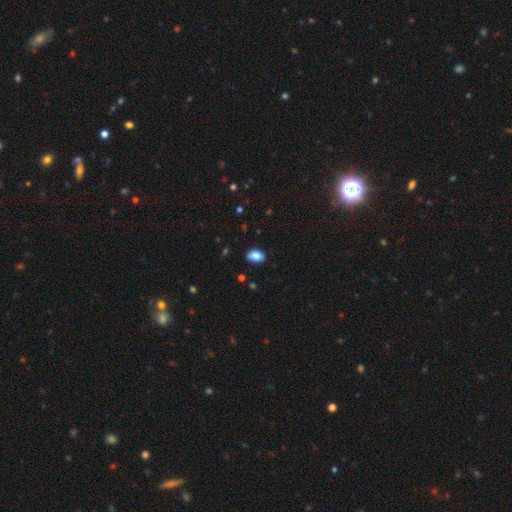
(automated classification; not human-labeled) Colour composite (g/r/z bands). It shows a smooth galaxy with no disk features (85%) that is in between round and cigar-shaped (80%). Merging: none (85%).